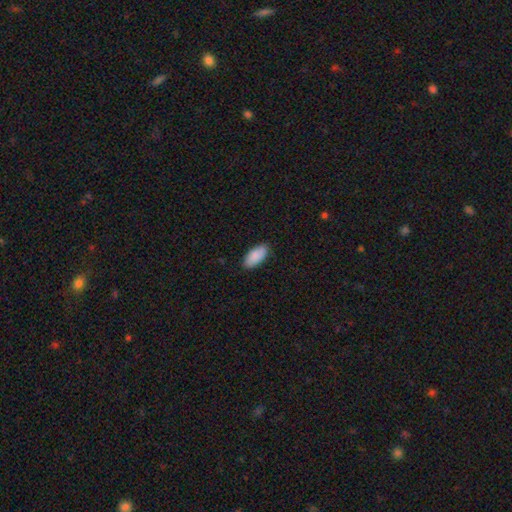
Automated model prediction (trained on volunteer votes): This is clearly a smooth galaxy (89%). How rounded: clearly in between (92%). Merging: clearly none (87%).